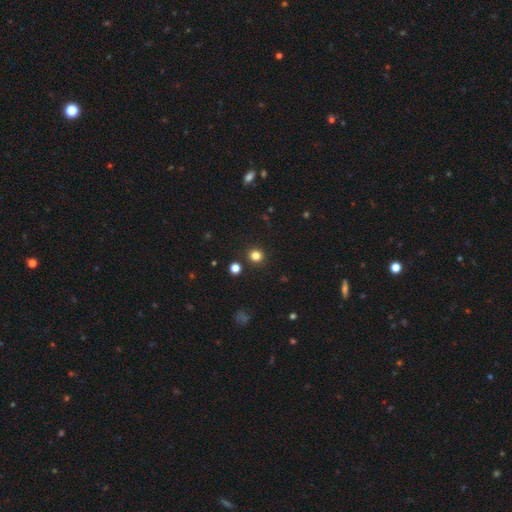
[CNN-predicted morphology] This is clearly a smooth galaxy (81%). How rounded: clearly round (90%). Merging: clearly none (90%).